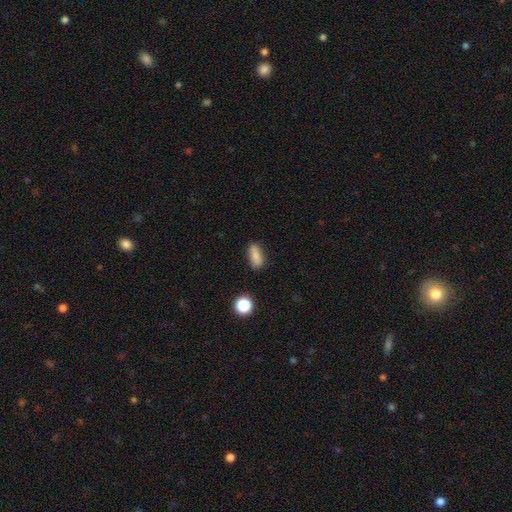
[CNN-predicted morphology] smooth 83%, star or artifact 9%, featured or disk 7%. Down the decision tree: how rounded — in between (77%); merging — none (82%).